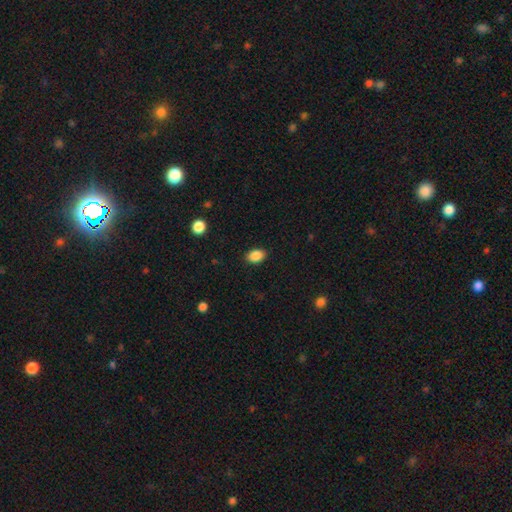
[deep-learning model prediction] Overall: smooth (88%). How rounded: in between (79%). Merging: none (88%).